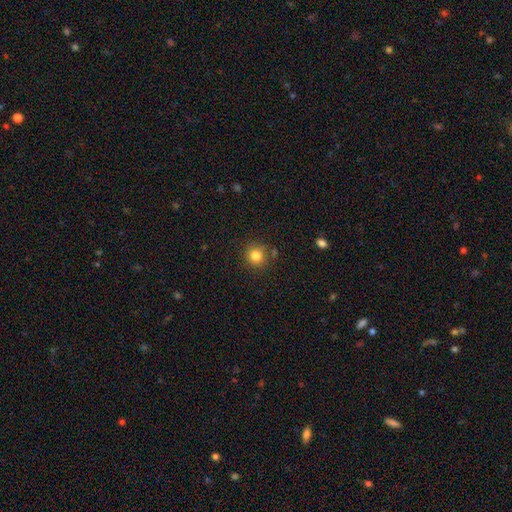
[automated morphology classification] The model was most divided on "smooth or featured": smooth: 82%, star or artifact: 12%, featured or disk: 6%. More confident: how rounded — round (90%); merging — none (82%).